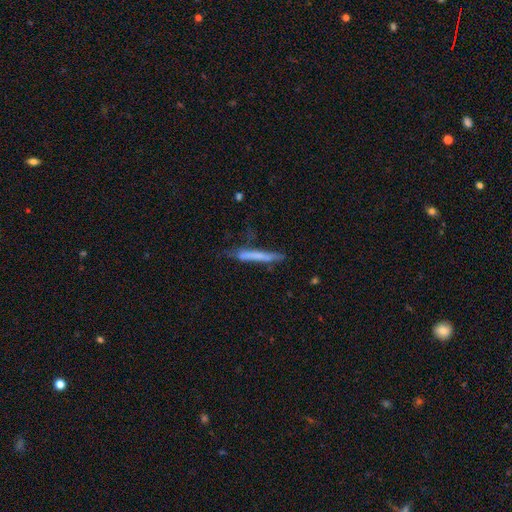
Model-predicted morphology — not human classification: A smooth galaxy with no disk features (57%) that is cigar-shaped (96%).

Vote fractions:
- Smooth or featured? smooth: 57% / featured or disk: 36% / star or artifact: 7%
- How rounded? cigar-shaped: 96% / in between: 3% / round: 1%
- Merging? none: 66% / minor disturbance: 24% / major disturbance: 7% / merger: 3%